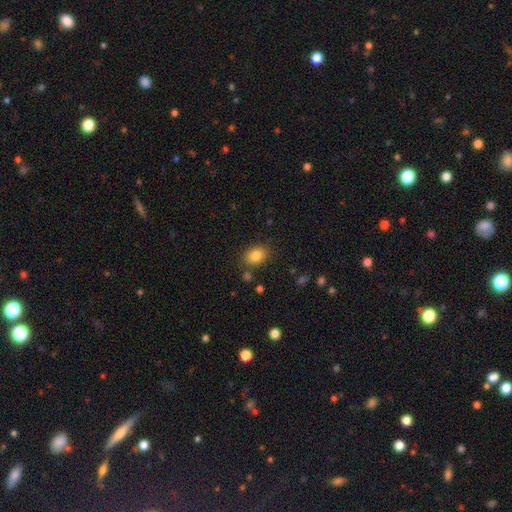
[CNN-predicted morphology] type=smooth (84%); roundness=in between (72%); merging=none (82%).